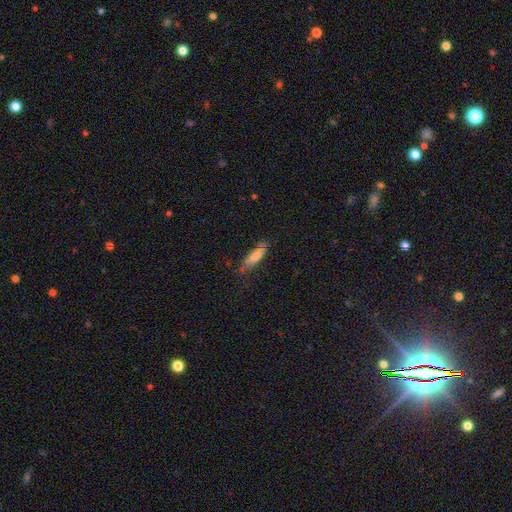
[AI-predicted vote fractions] The model was most divided on "how rounded": cigar-shaped: 53%, in between: 45%, round: 2%. More confident: smooth or featured — smooth (74%); merging — none (55%).